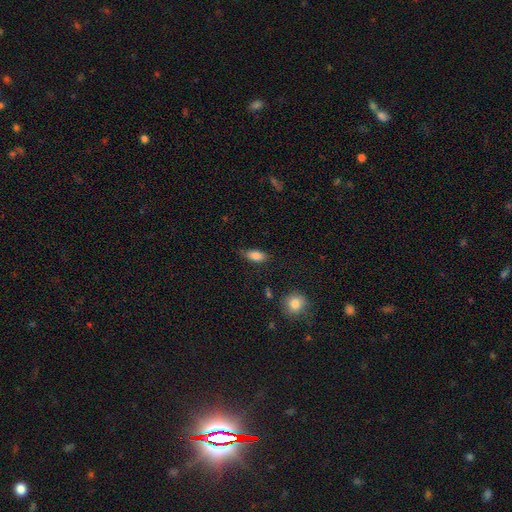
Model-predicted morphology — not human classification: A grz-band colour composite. It shows a smooth galaxy with no disk features (83%) that is in between round and cigar-shaped (87%). Merging: none (73%).